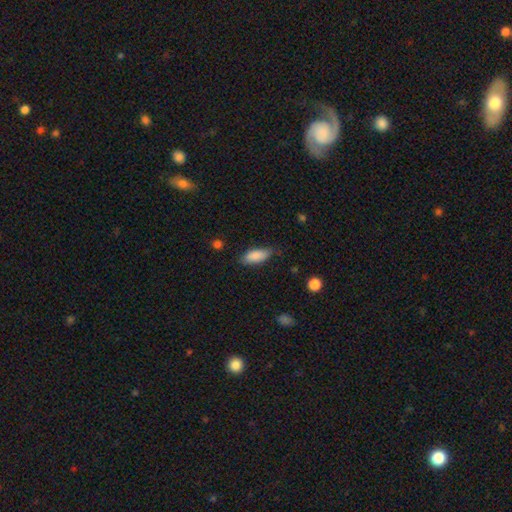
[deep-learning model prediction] The model was most divided on "merging": none: 73%, minor disturbance: 22%, major disturbance: 4%, merger: 1%. More confident: smooth or featured — smooth (86%); how rounded — in between (81%).